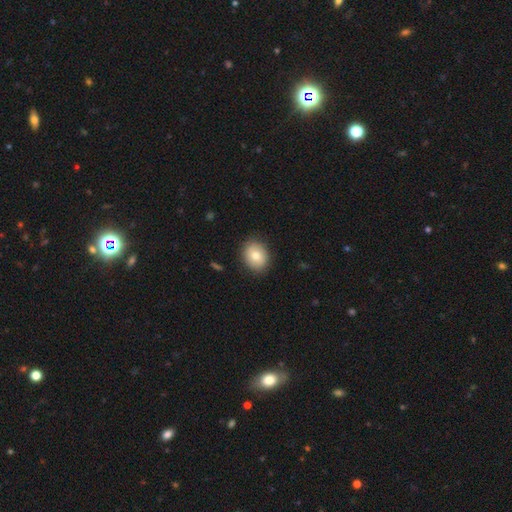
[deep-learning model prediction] Smooth or featured?
  - smooth: 78% *
  - featured or disk: 14%
  - star or artifact: 8%
How rounded?
  - round: 60% *
  - in between: 40%
  - cigar-shaped: 1%
Merging?
  - none: 87% *
  - minor disturbance: 9%
  - major disturbance: 2%
  - merger: 1%